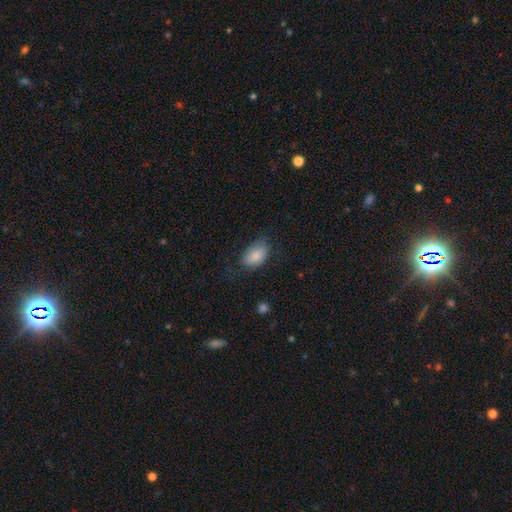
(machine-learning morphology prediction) smooth-or-featured: smooth: 84% | featured or disk: 9% | star or artifact: 7%
  how-rounded: in between: 90% | round: 9% | cigar-shaped: 1%
  merging: none: 65% | minor disturbance: 25% | major disturbance: 9% | merger: 1%